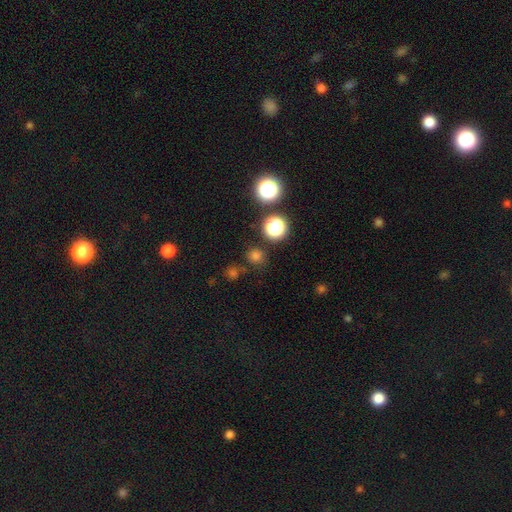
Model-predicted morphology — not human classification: Smooth or featured? smooth (70%)
How rounded? round (90%)
Merging? none (80%)